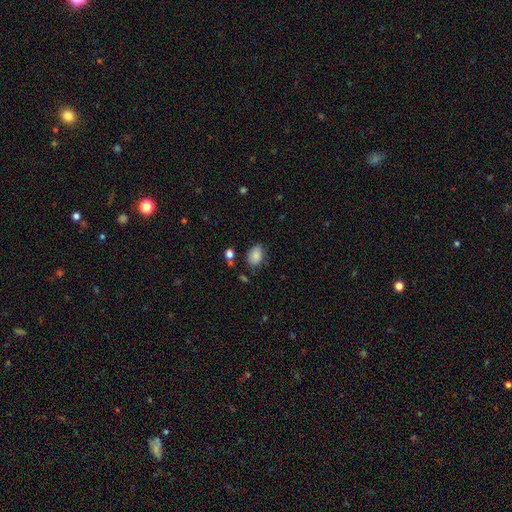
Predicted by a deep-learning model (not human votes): Smooth or featured: smooth — 85% (star or artifact — 9%)
How rounded: in between — 73% (round — 26%)
Merging: none — 69% (minor disturbance — 22%)